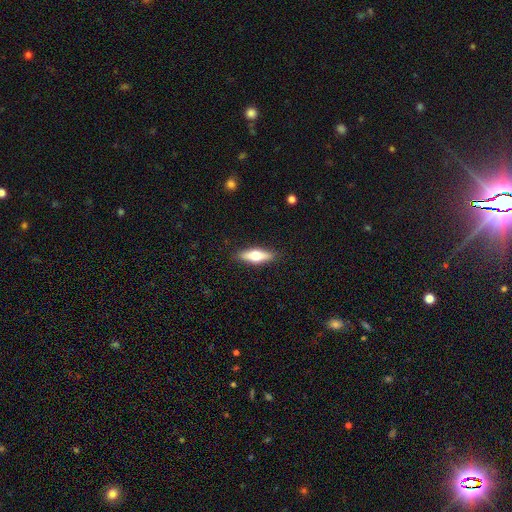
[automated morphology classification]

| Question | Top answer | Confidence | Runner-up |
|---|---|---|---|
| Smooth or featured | smooth | 50% | featured or disk (44%) |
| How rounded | cigar-shaped | 50% | in between (47%) |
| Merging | none | 89% | minor disturbance (8%) |